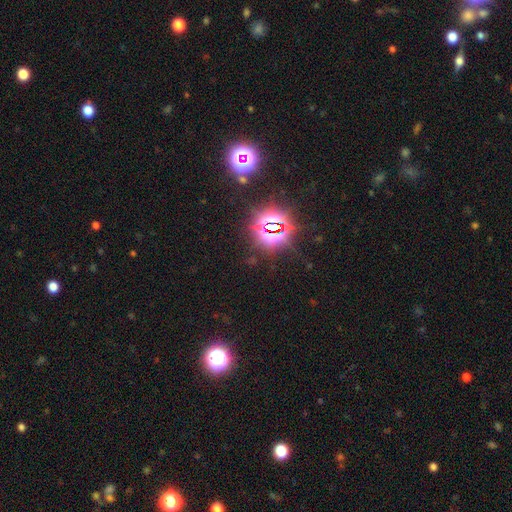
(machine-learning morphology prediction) This appears to be a star or artifact, not a galaxy (80%).